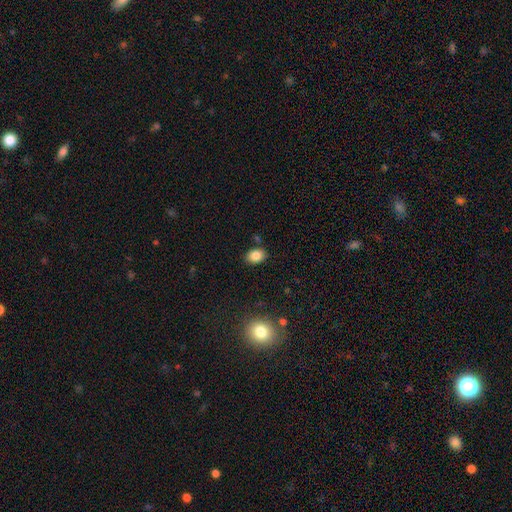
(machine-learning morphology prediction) A smooth galaxy with no disk features (85%) that is in between round and cigar-shaped (76%).

Vote fractions:
- Smooth or featured? smooth: 85% / star or artifact: 9% / featured or disk: 6%
- How rounded? in between: 76% / round: 23% / cigar-shaped: 1%
- Merging? none: 84% / minor disturbance: 10% / merger: 4% / major disturbance: 2%